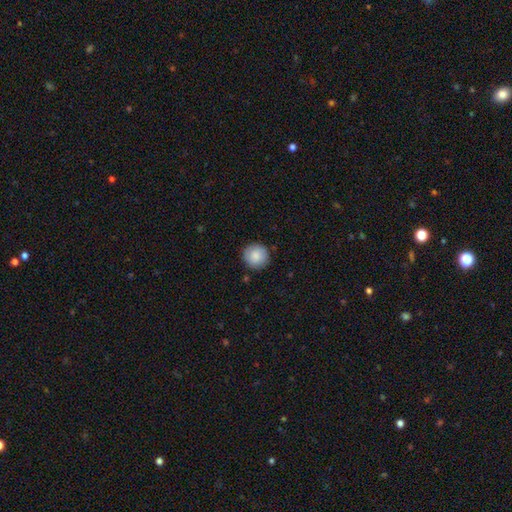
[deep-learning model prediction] Overall: smooth (87%). How rounded: round (94%). Merging: none (89%).